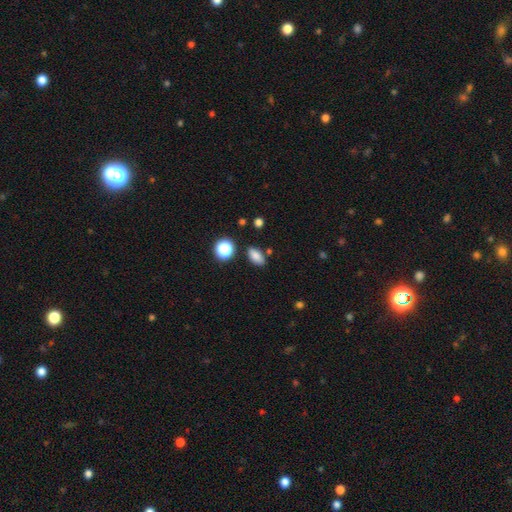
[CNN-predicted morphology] A smooth galaxy with no disk features (83%) that is in between round and cigar-shaped (86%).

Vote fractions:
- Smooth or featured? smooth: 83% / star or artifact: 12% / featured or disk: 6%
- How rounded? in between: 86% / round: 9% / cigar-shaped: 4%
- Merging? none: 83% / minor disturbance: 11% / merger: 4% / major disturbance: 3%